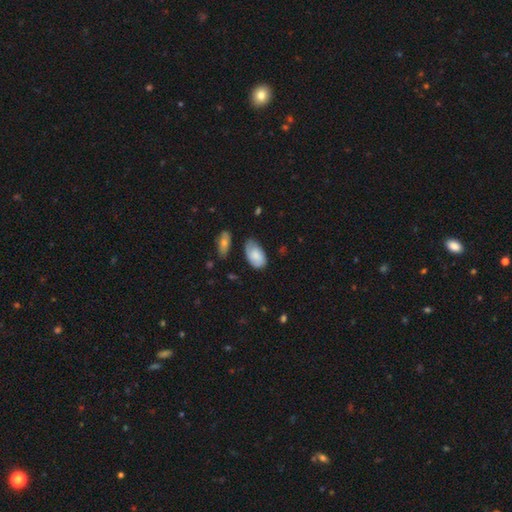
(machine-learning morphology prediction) type=smooth (73%); roundness=in between (93%); merging=none (54%).